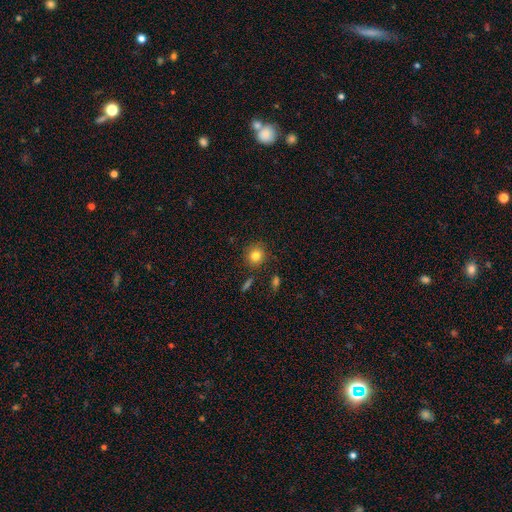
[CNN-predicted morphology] smooth-or-featured: smooth: 81% | star or artifact: 11% | featured or disk: 8%
  how-rounded: round: 89% | in between: 10% | cigar-shaped: 1%
  merging: none: 87% | minor disturbance: 8% | merger: 3% | major disturbance: 2%